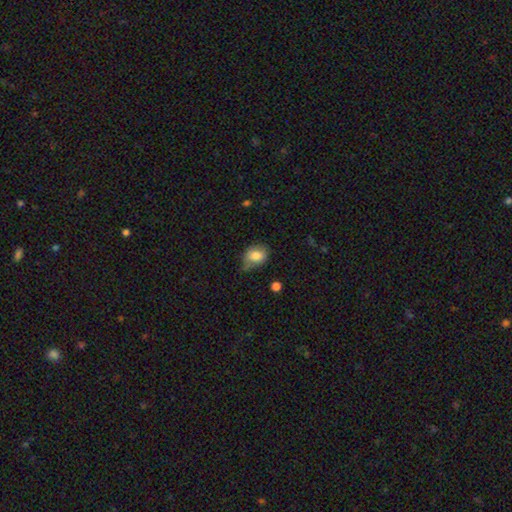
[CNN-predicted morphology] The model was most divided on "merging": none: 47%, minor disturbance: 39%, major disturbance: 10%, merger: 4%. More confident: smooth or featured — smooth (79%); how rounded — in between (57%).